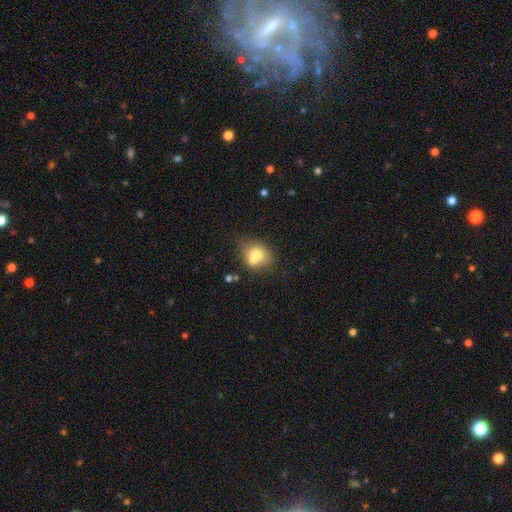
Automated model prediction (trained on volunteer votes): A smooth galaxy with no disk features (69%) that is round (56%). Merging: merger (47%).